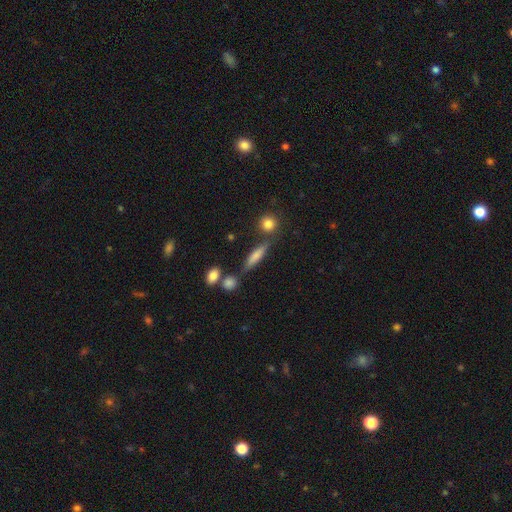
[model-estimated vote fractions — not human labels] Smooth or featured?
  - smooth: 51% *
  - featured or disk: 36%
  - star or artifact: 13%
How rounded?
  - cigar-shaped: 73% *
  - in between: 21%
  - round: 6%
Merging?
  - none: 76% *
  - minor disturbance: 11%
  - merger: 9%
  - major disturbance: 4%